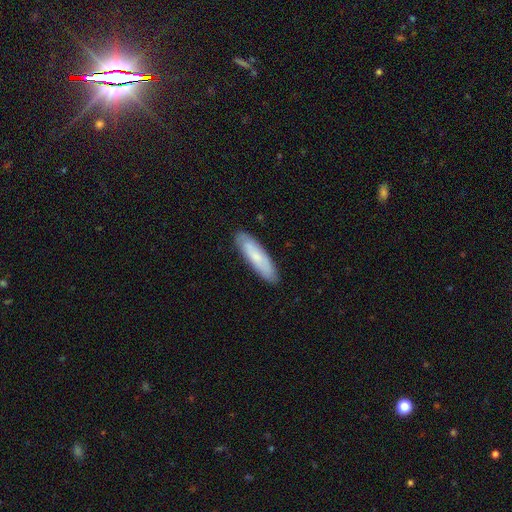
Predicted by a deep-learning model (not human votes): smooth 67%, featured or disk 27%, star or artifact 6%. Down the decision tree: how rounded — cigar-shaped (70%); merging — none (87%).